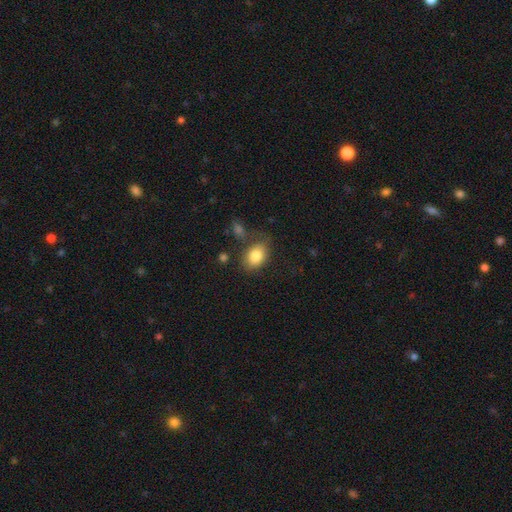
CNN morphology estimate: smooth-or-featured: smooth: 83% | featured or disk: 9% | star or artifact: 8%
  how-rounded: in between: 78% | round: 21% | cigar-shaped: 1%
  merging: none: 70% | minor disturbance: 17% | merger: 7% | major disturbance: 6%